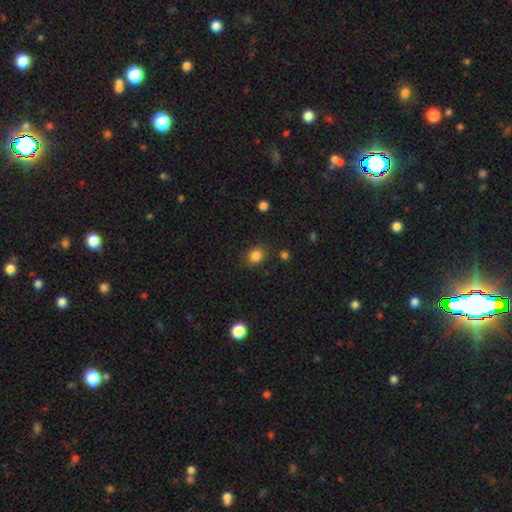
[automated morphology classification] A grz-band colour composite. It shows a smooth galaxy with no disk features (84%) that is round (60%). Merging: none (81%).